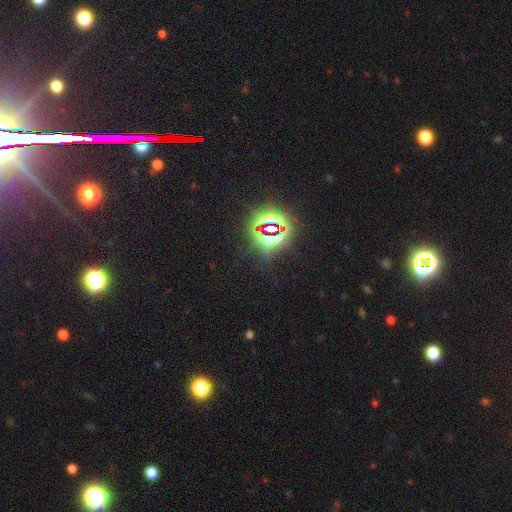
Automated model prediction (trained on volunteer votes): Smooth or featured? star or artifact (83%)